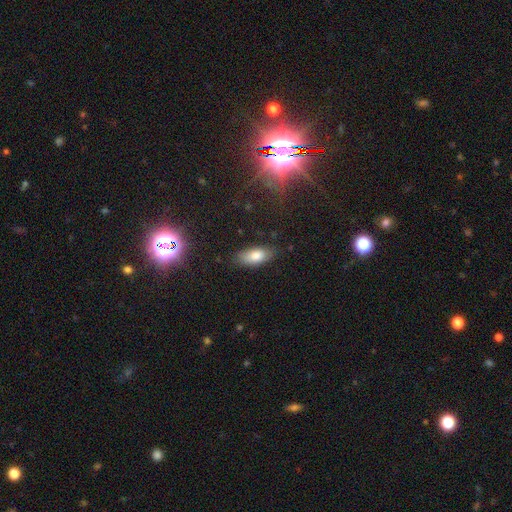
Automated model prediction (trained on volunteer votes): Smooth or featured? smooth (80%)
How rounded? in between (84%)
Merging? none (82%)